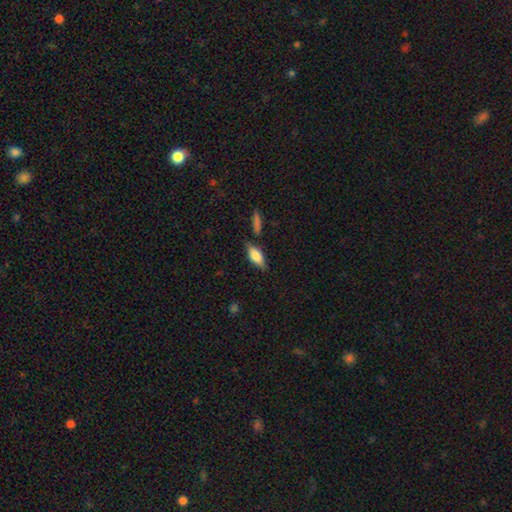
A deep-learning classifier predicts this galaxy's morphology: The model was most divided on "smooth or featured": smooth: 68%, featured or disk: 25%, star or artifact: 7%. More confident: merging — none (74%); how rounded — in between (73%).